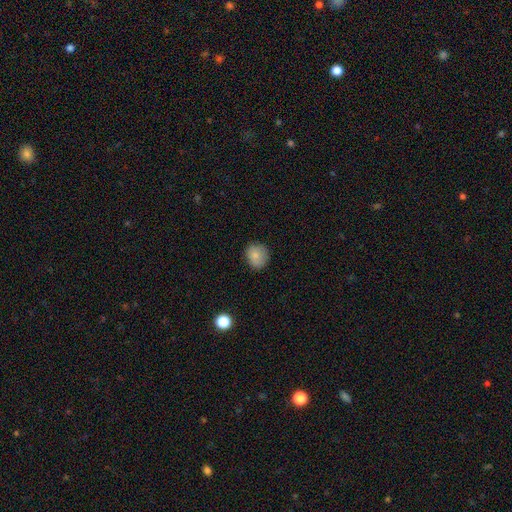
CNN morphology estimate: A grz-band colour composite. It shows a smooth galaxy with no disk features (82%) that is round (80%). Merging: none (82%).